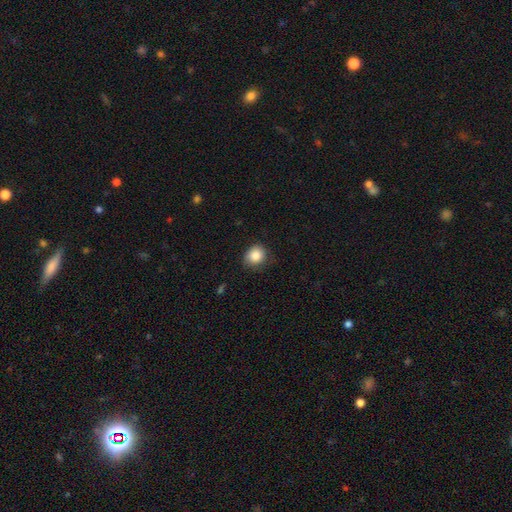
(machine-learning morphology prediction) Smooth or featured: smooth — 86% (star or artifact — 9%)
How rounded: round — 73% (in between — 26%)
Merging: none — 77% (minor disturbance — 18%)